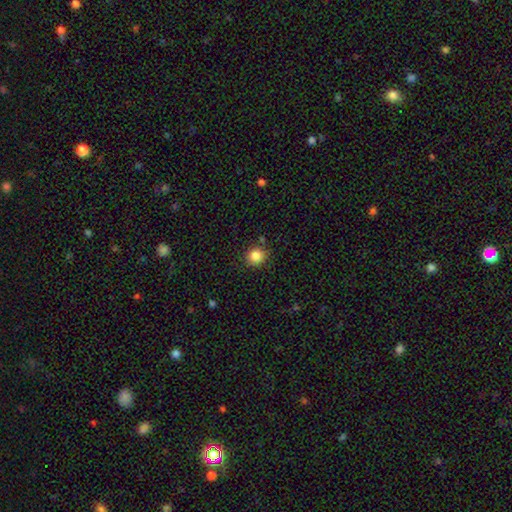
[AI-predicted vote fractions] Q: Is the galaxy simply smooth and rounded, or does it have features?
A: smooth — 84%.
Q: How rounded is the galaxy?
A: round — 88%.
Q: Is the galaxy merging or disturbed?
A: none — 87%.